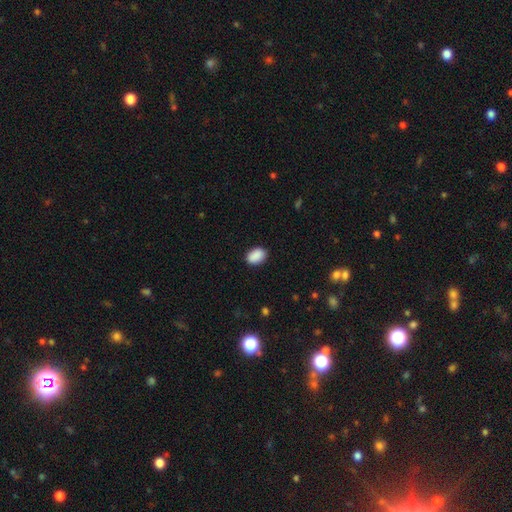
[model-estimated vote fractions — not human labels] This is clearly a smooth galaxy (90%). How rounded: clearly in between (85%). Merging: clearly none (87%).